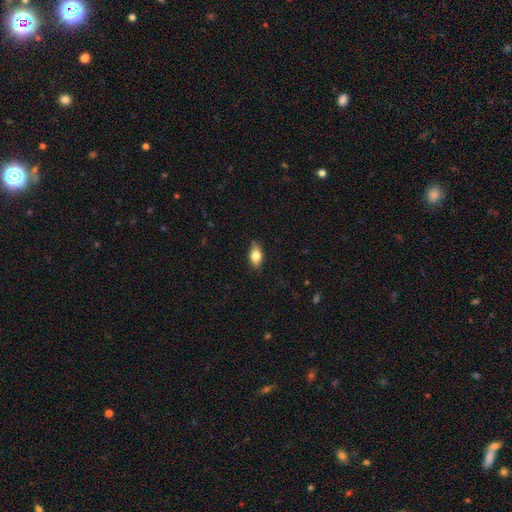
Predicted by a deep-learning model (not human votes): Overall: smooth (78%). How rounded: in between (87%). Merging: none (83%).